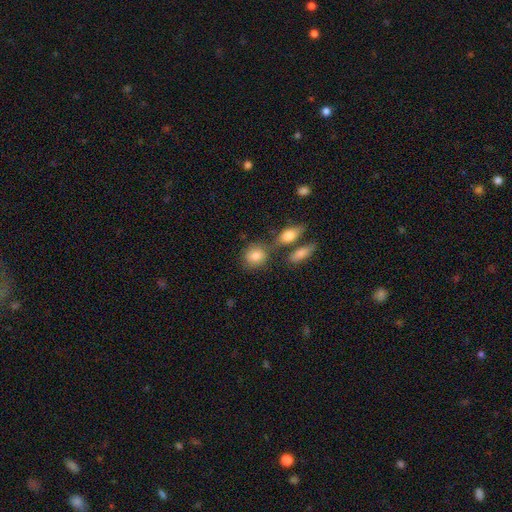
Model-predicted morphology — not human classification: smooth-or-featured: smooth: 82% | featured or disk: 10% | star or artifact: 8%
  how-rounded: round: 68% | in between: 30% | cigar-shaped: 2%
  merging: none: 62% | merger: 20% | minor disturbance: 13% | major disturbance: 5%